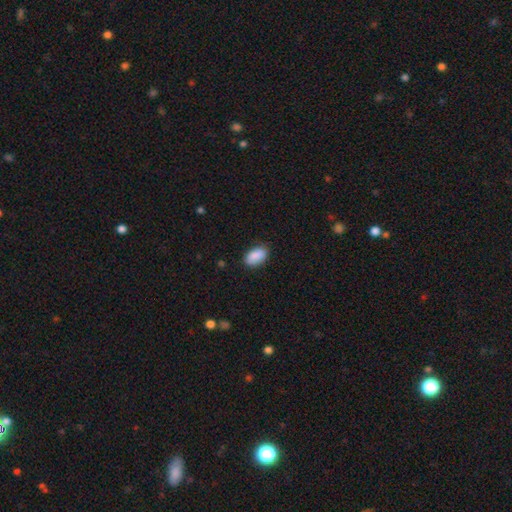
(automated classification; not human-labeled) Smooth or featured? Predicted: smooth (p=0.90). How rounded? Predicted: in between (p=0.93). Merging? Predicted: none (p=0.83).